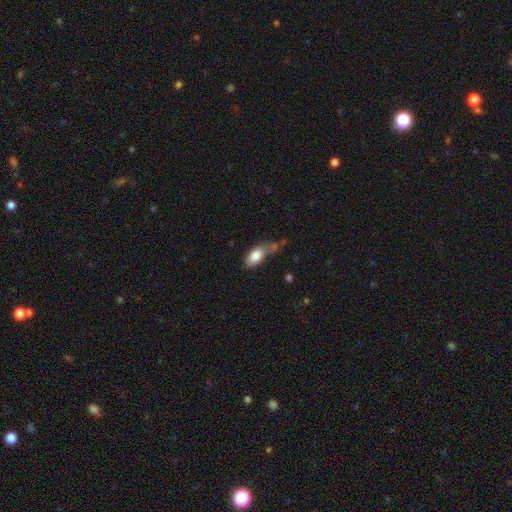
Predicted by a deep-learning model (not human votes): This is likely a smooth galaxy (79%). How rounded: clearly in between (88%). Merging: marginally none (35%).